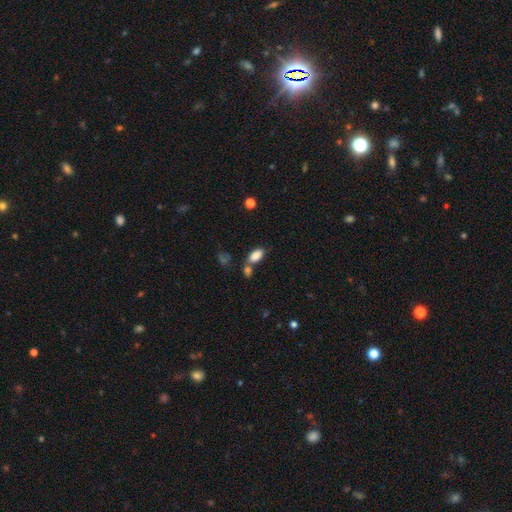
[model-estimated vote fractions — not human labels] Overall: smooth (86%). How rounded: in between (92%). Merging: none (59%; merger 23%).